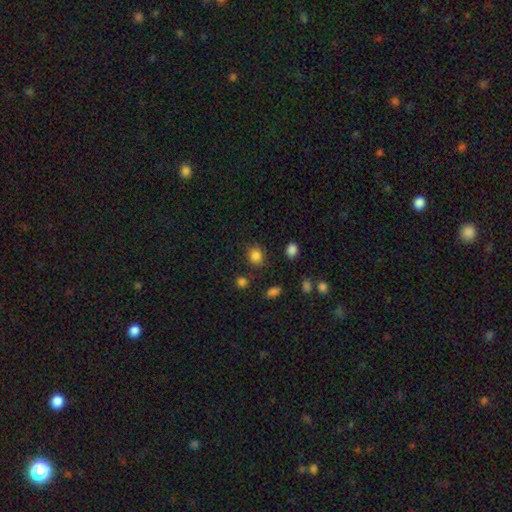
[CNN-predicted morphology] Smooth or featured: smooth — 84% (star or artifact — 12%)
How rounded: round — 73% (in between — 26%)
Merging: none — 80% (minor disturbance — 12%)